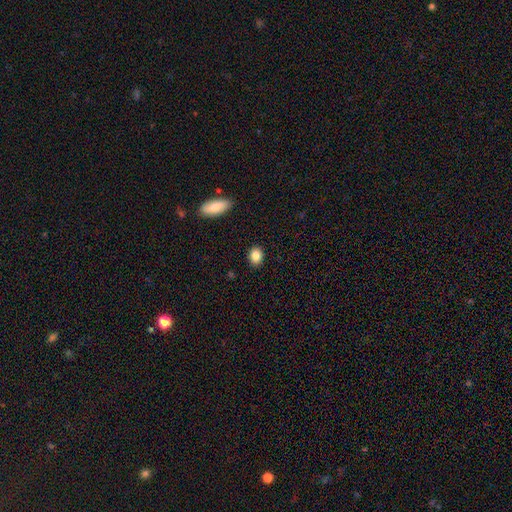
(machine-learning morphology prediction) smooth_or_featured: smooth (p=0.86) [alt: star or artifact p=0.09]
how_rounded: in between (p=0.58) [alt: round p=0.40]
merging: none (p=0.89) [alt: minor disturbance p=0.07]